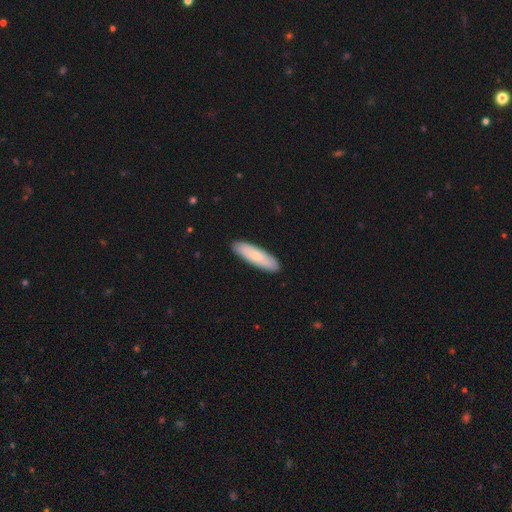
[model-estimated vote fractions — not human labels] A smooth galaxy with no disk features (75%) that is cigar-shaped (64%).

Vote fractions:
- Smooth or featured? smooth: 75% / featured or disk: 20% / star or artifact: 5%
- How rounded? cigar-shaped: 64% / in between: 35% / round: 1%
- Merging? none: 90% / minor disturbance: 8% / major disturbance: 1% / merger: 1%